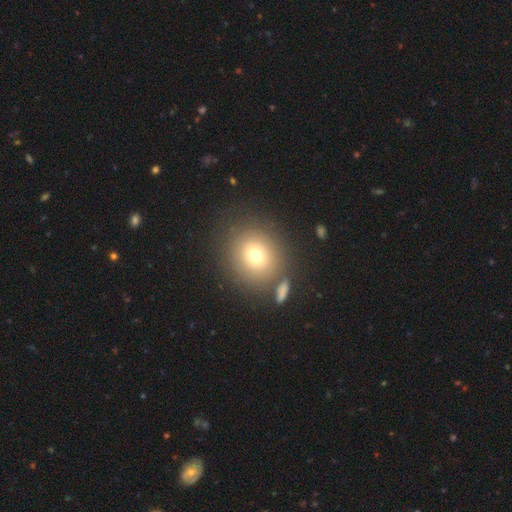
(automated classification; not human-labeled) Smooth or featured? smooth (72%)
How rounded? round (85%)
Merging? none (76%)